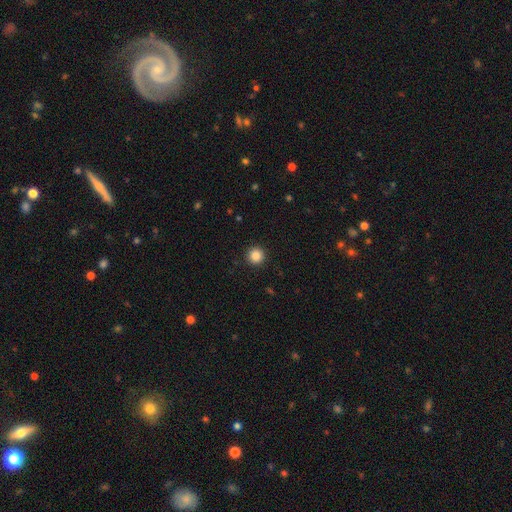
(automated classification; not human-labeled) smooth-or-featured: smooth: 87% | star or artifact: 11% | featured or disk: 3%
  how-rounded: round: 96% | in between: 3% | cigar-shaped: 1%
  merging: none: 93% | minor disturbance: 4% | major disturbance: 2% | merger: 1%